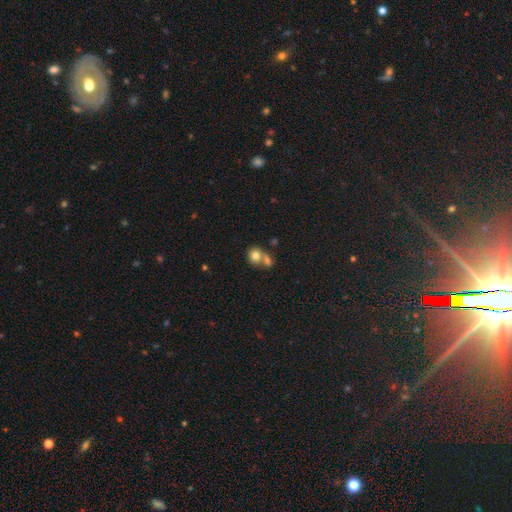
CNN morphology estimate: Smooth or featured: smooth — 76% (featured or disk — 14%)
How rounded: round — 68% (in between — 30%)
Merging: merger — 53% (none — 34%)